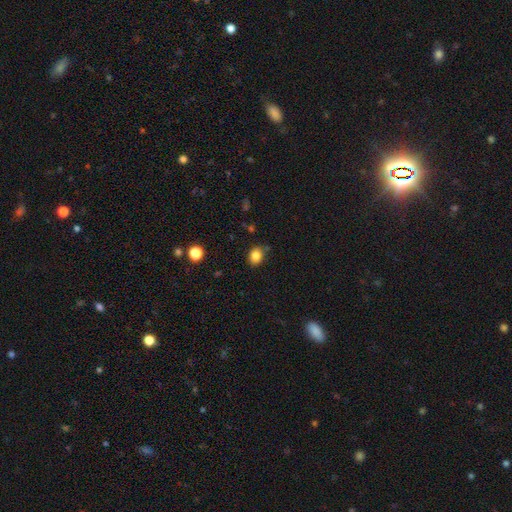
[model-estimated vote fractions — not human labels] Smooth or featured? smooth (84%)
How rounded? in between (52%)
Merging? none (80%)